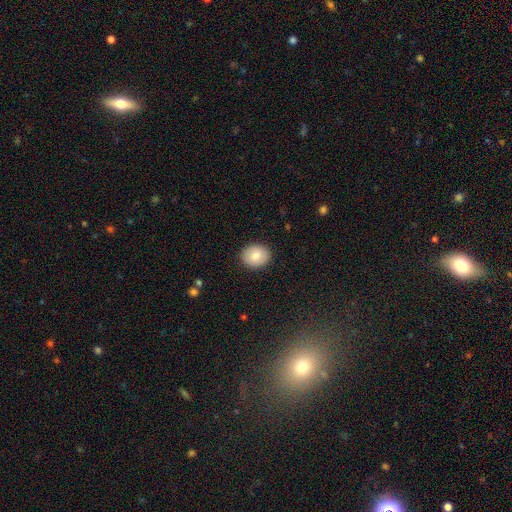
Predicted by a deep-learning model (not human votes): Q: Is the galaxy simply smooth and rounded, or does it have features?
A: smooth — 82%.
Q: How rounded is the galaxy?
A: round — 54%.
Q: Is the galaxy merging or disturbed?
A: none — 90%.